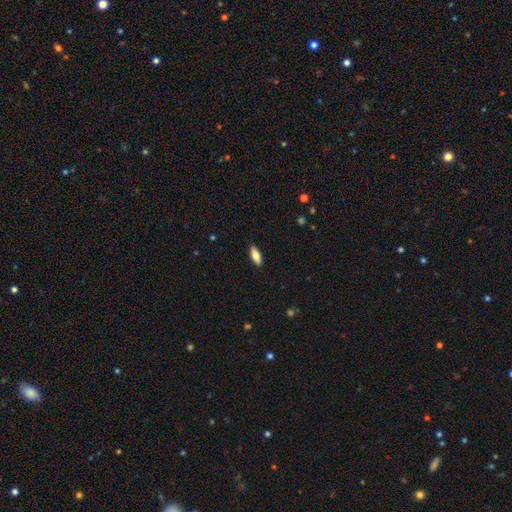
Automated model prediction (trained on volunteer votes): Smooth or featured? smooth (76%)
How rounded? in between (73%)
Merging? none (90%)